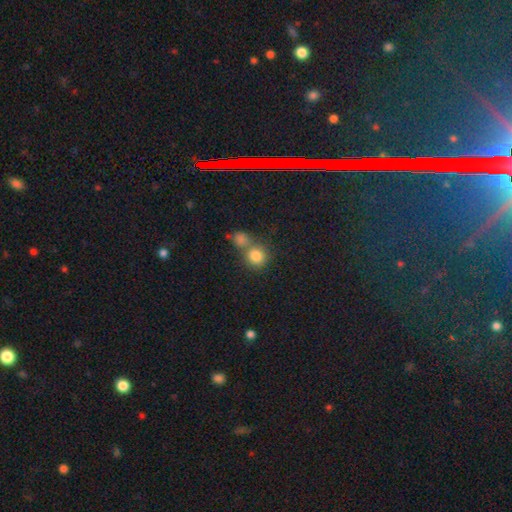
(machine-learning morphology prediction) smooth_or_featured: smooth (p=0.82) [alt: star or artifact p=0.11]
how_rounded: round (p=0.87) [alt: in between p=0.12]
merging: none (p=0.47) [alt: merger p=0.41]